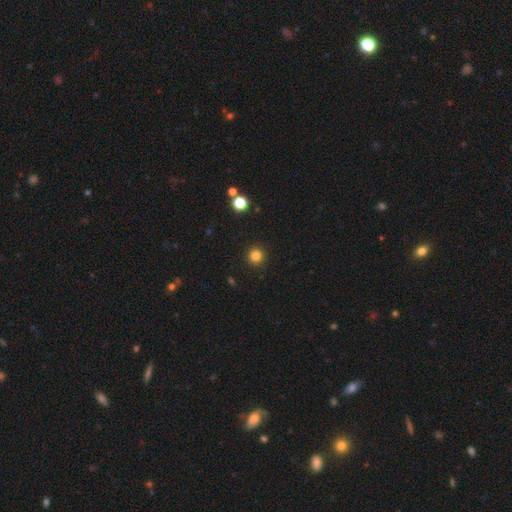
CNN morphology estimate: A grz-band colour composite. It shows a smooth galaxy with no disk features (83%) that is round (96%). Merging: none (93%).